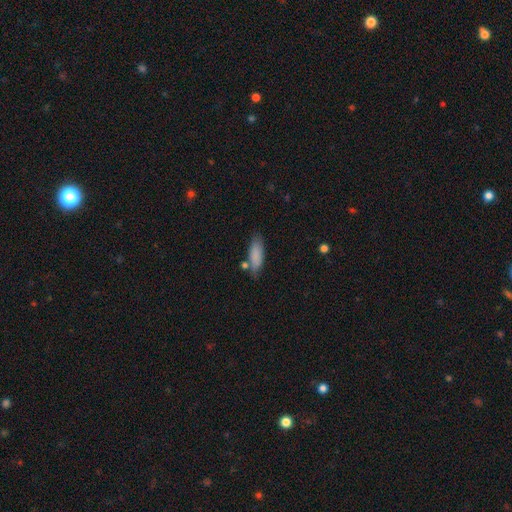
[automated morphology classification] smooth-or-featured: smooth: 84% | featured or disk: 9% | star or artifact: 7%
  how-rounded: in between: 63% | cigar-shaped: 35% | round: 2%
  merging: none: 69% | minor disturbance: 19% | merger: 8% | major disturbance: 4%